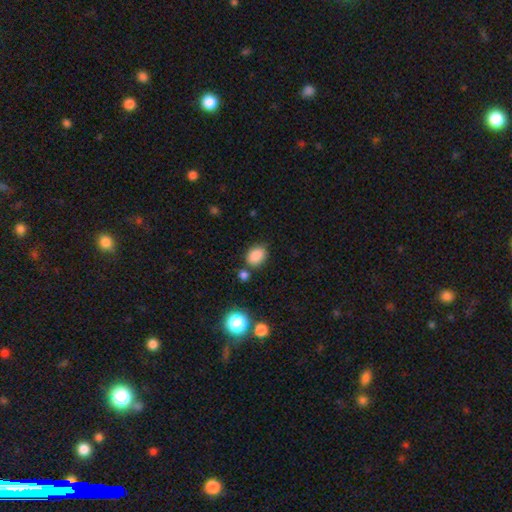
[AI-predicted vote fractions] Morphology: type=smooth (85%); roundness=in between (70%); merging=none (72%).